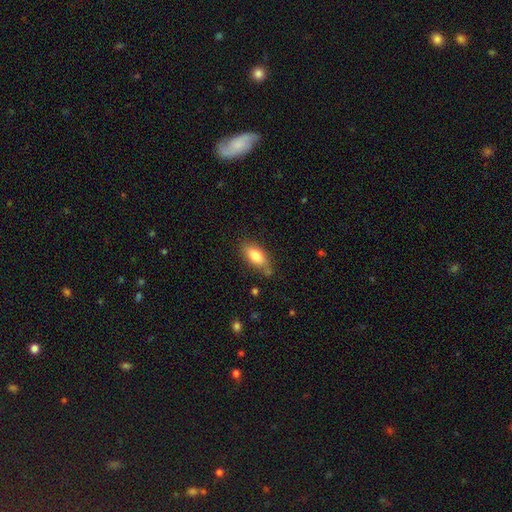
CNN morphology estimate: This is clearly a smooth galaxy (82%). How rounded: clearly in between (84%). Merging: likely none (73%).